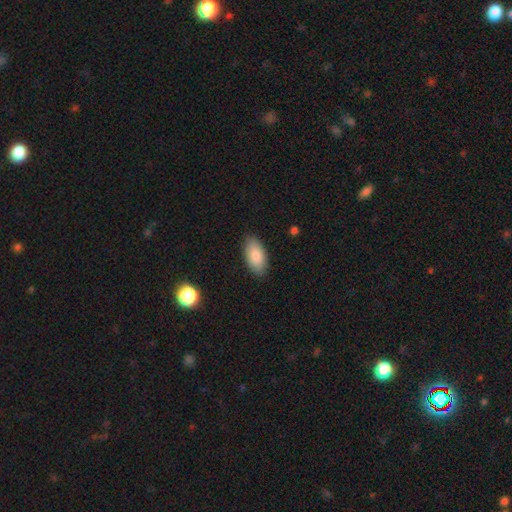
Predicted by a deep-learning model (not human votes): A smooth galaxy with no disk features (87%) that is in between round and cigar-shaped (93%).

Vote fractions:
- Smooth or featured? smooth: 87% / featured or disk: 7% / star or artifact: 6%
- How rounded? in between: 93% / cigar-shaped: 5% / round: 2%
- Merging? none: 86% / minor disturbance: 10% / major disturbance: 2% / merger: 1%